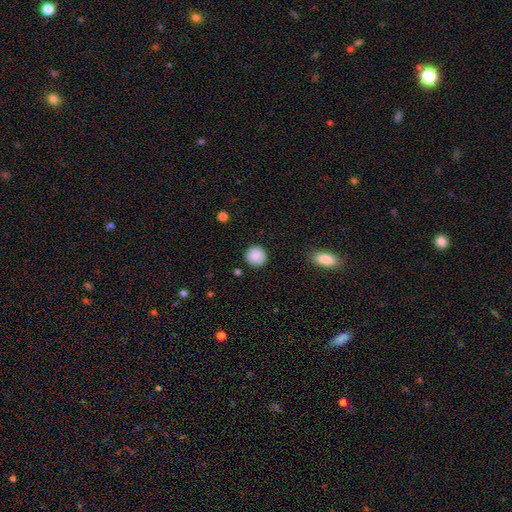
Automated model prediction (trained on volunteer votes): A smooth galaxy with no disk features (89%) that is round (92%). Merging: none (88%).